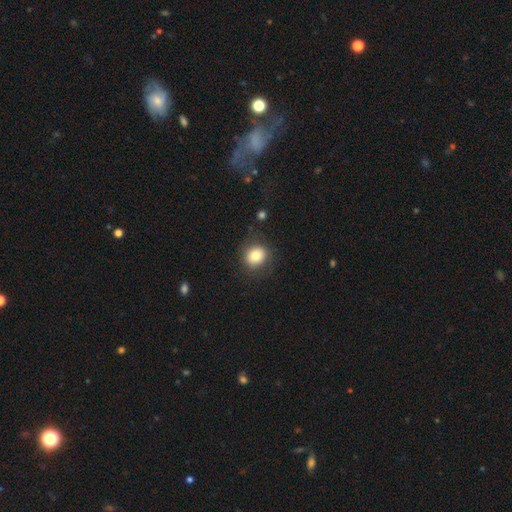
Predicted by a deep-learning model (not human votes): smooth-or-featured: smooth: 79% | featured or disk: 11% | star or artifact: 10%
  how-rounded: round: 79% | in between: 20% | cigar-shaped: 1%
  merging: none: 82% | minor disturbance: 11% | major disturbance: 5% | merger: 2%